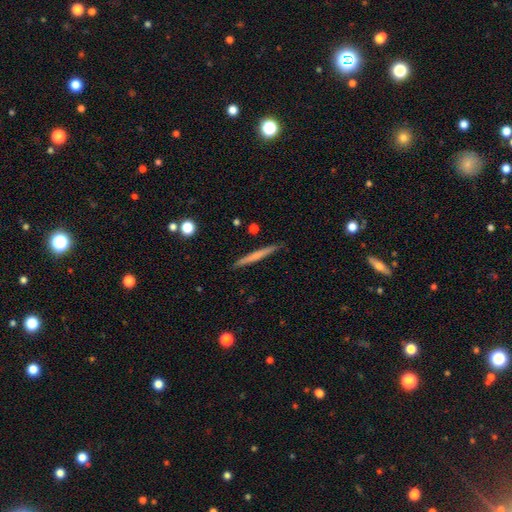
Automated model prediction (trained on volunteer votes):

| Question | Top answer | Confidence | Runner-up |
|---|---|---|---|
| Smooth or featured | smooth | 59% | featured or disk (36%) |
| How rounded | cigar-shaped | 97% | in between (2%) |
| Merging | none | 90% | minor disturbance (7%) |